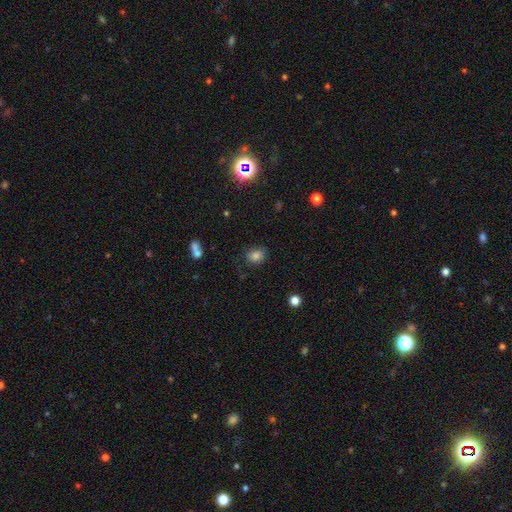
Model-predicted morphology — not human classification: This appears to be a smooth galaxy with no disk features (81%) that is round (51%). Merging: none (79%).